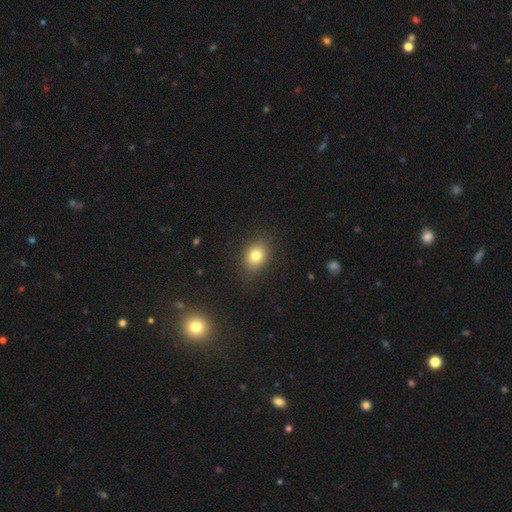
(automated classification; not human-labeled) Overall: smooth (79%). How rounded: in between (51%; round 48%). Merging: none (86%).